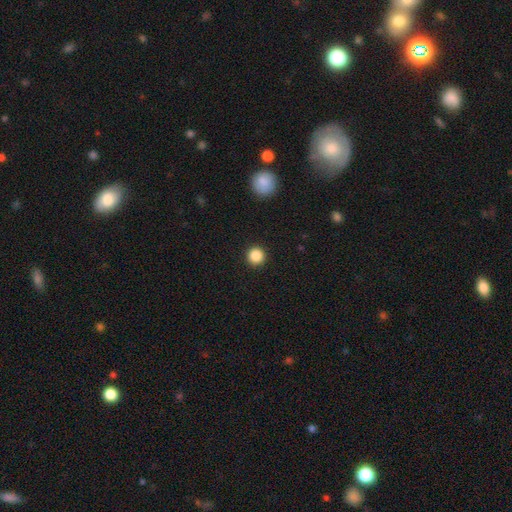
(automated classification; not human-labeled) A smooth galaxy with no disk features (87%) that is round (96%).

Vote fractions:
- Smooth or featured? smooth: 87% / star or artifact: 10% / featured or disk: 3%
- How rounded? round: 96% / in between: 3% / cigar-shaped: 1%
- Merging? none: 93% / minor disturbance: 4% / major disturbance: 2% / merger: 1%